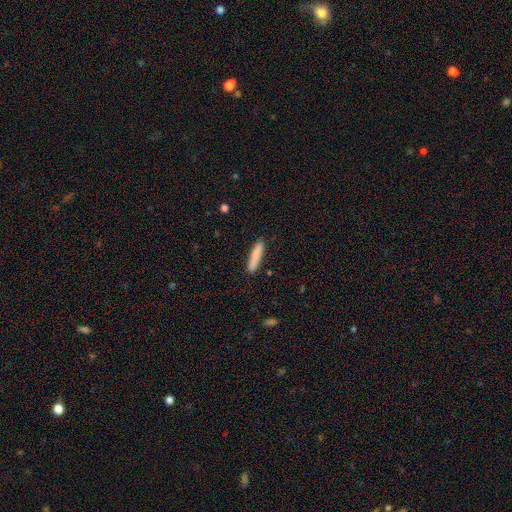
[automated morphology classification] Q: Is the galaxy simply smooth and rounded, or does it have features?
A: smooth — 84%.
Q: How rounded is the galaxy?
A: cigar-shaped — 90%.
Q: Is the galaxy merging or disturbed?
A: none — 87%.